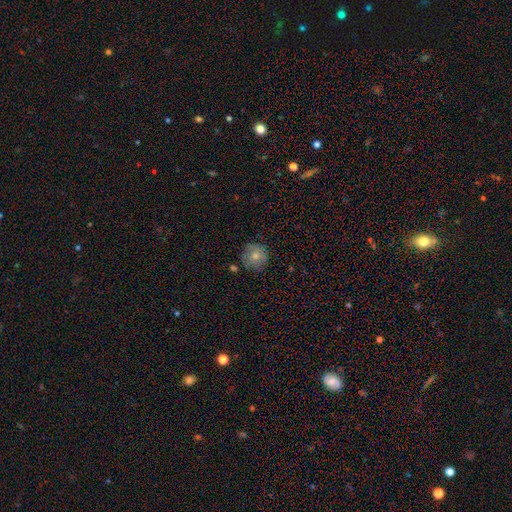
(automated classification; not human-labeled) smooth 71%, featured or disk 20%, star or artifact 9%. Down the decision tree: how rounded — round (92%); merging — none (76%).